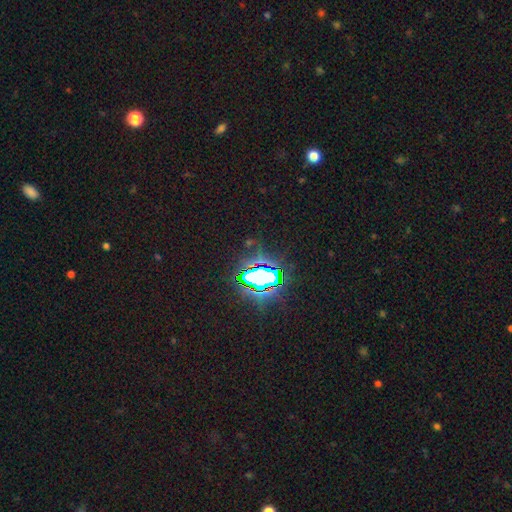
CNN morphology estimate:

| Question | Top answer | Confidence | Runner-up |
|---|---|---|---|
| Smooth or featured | star or artifact | 84% | smooth (10%) |